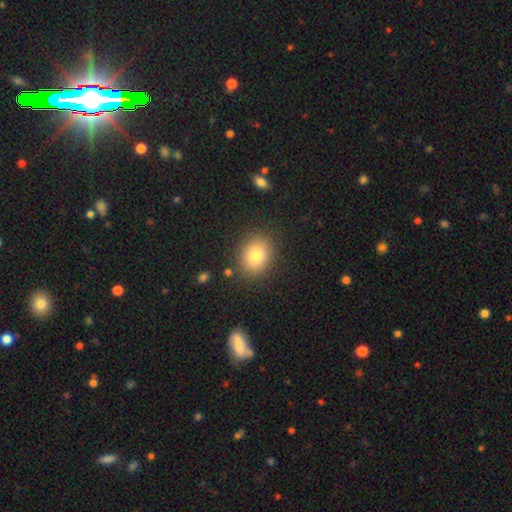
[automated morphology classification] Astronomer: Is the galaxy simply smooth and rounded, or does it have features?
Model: smooth — 79%.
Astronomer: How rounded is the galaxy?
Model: round — 53% (runner-up: in between, 46%).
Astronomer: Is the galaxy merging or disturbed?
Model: none — 86%.